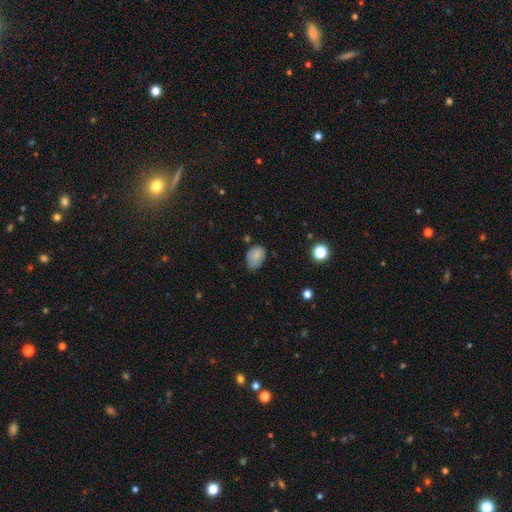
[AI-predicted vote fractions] A smooth galaxy with no disk features (81%) that is in between round and cigar-shaped (78%).

Vote fractions:
- Smooth or featured? smooth: 81% / featured or disk: 10% / star or artifact: 9%
- How rounded? in between: 78% / round: 21% / cigar-shaped: 1%
- Merging? none: 57% / minor disturbance: 34% / major disturbance: 7% / merger: 2%